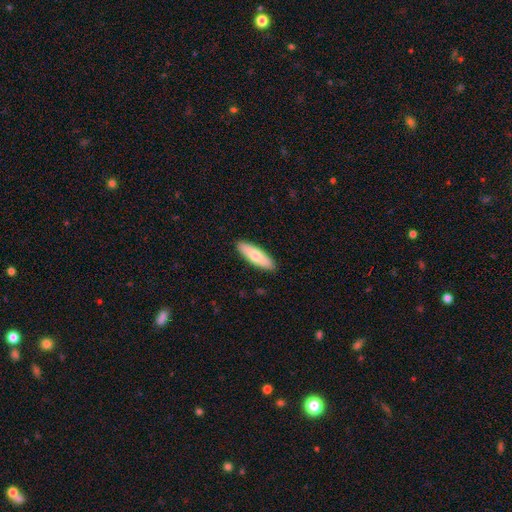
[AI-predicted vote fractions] Smooth or featured? smooth (74%)
How rounded? cigar-shaped (53%)
Merging? none (90%)